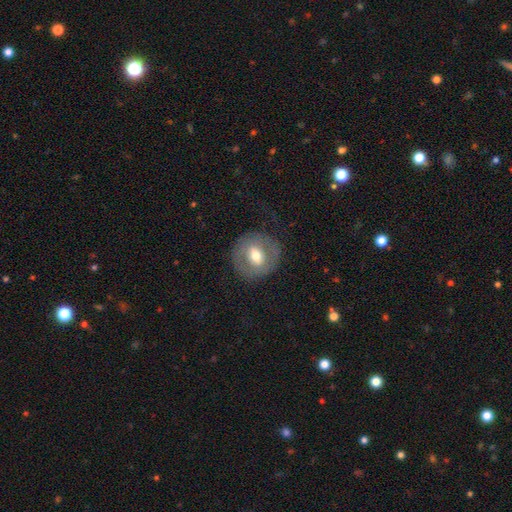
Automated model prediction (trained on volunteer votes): This appears to be a featured or disk galaxy (47%). Merging: none (81%).